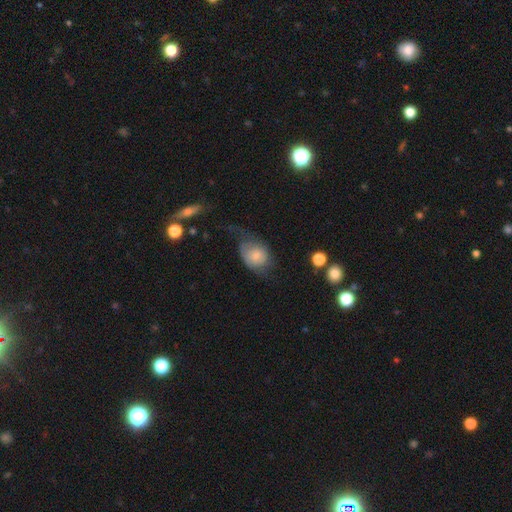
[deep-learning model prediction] Q: Smooth or featured?
A: smooth (62%); runner-up: featured or disk (30%)
Q: How rounded?
A: in between (58%); runner-up: round (41%)
Q: Merging?
A: major disturbance (41%); runner-up: minor disturbance (28%)